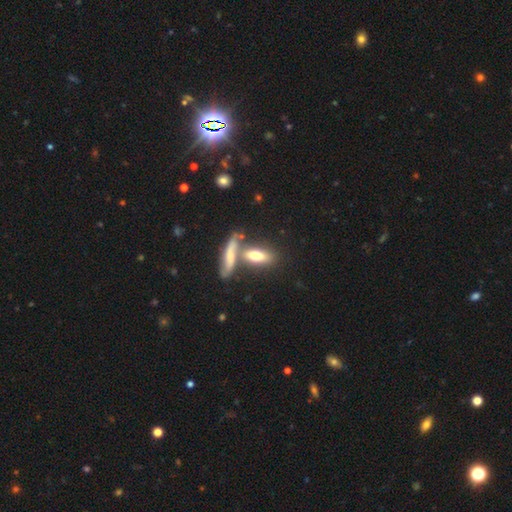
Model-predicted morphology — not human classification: A smooth galaxy with no disk features (66%) that is in between round and cigar-shaped (59%). Merging: none (47%).